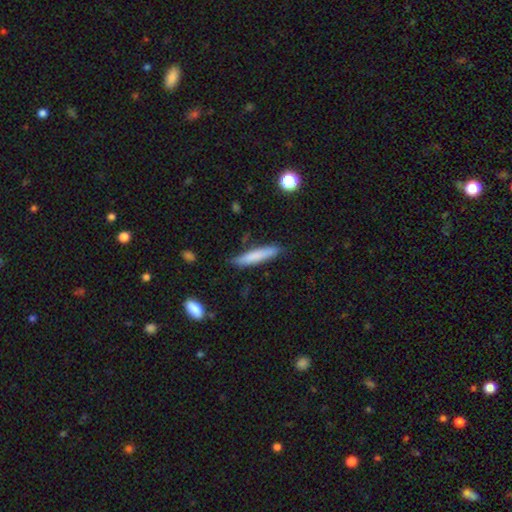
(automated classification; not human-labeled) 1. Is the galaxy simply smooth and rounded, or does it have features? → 78% smooth, 16% featured or disk, 6% star or artifact.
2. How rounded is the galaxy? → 89% cigar-shaped, 10% in between, 1% round.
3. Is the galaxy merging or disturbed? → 82% none, 14% minor disturbance, 2% major disturbance, 2% merger.